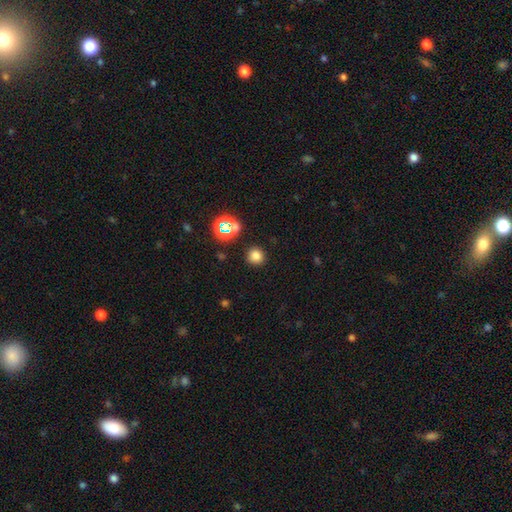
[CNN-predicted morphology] Q: Smooth or featured?
A: smooth (77%); runner-up: star or artifact (18%)
Q: How rounded?
A: round (92%); runner-up: in between (7%)
Q: Merging?
A: none (90%); runner-up: minor disturbance (6%)